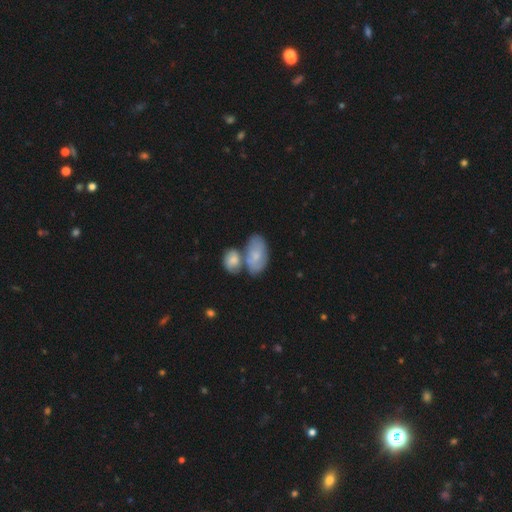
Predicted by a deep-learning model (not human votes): Smooth or featured: smooth — 63% (featured or disk — 30%)
How rounded: in between — 92% (round — 5%)
Merging: merger — 46% (none — 34%)